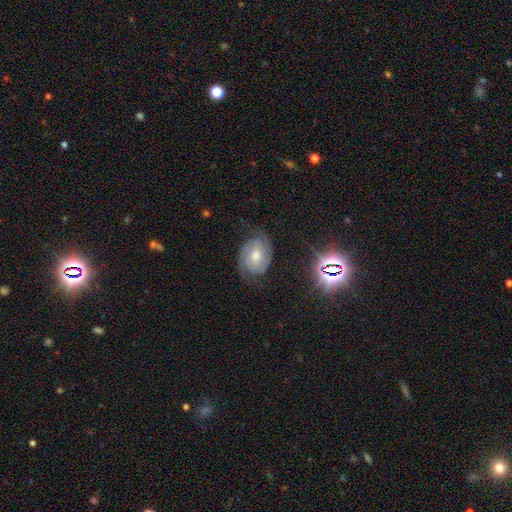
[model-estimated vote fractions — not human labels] Morphology: type=featured or disk (76%); edge-on=no (97%); bar=no (55%); spiral arms=yes (95%); winding=tight (58%); arm count=2 (73%); bulge=moderate (68%); merging=none (75%).